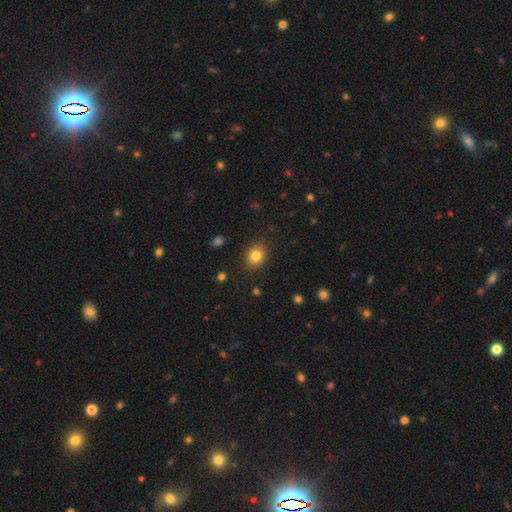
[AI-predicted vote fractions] smooth-or-featured: smooth: 83% | star or artifact: 11% | featured or disk: 7%
  how-rounded: round: 52% | in between: 47% | cigar-shaped: 1%
  merging: none: 87% | minor disturbance: 9% | major disturbance: 3% | merger: 1%